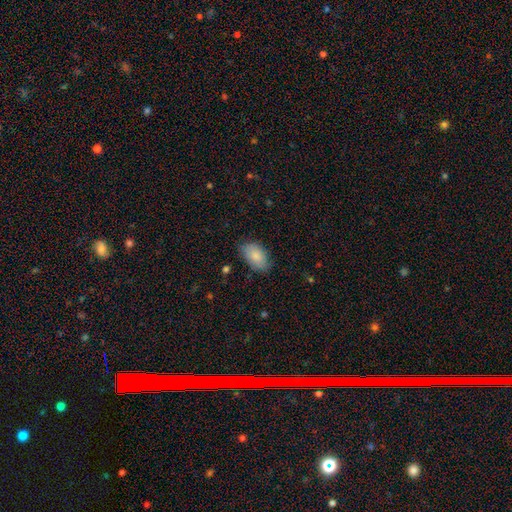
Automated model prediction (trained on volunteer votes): This is clearly a smooth galaxy (84%). How rounded: clearly in between (93%). Merging: likely none (76%).